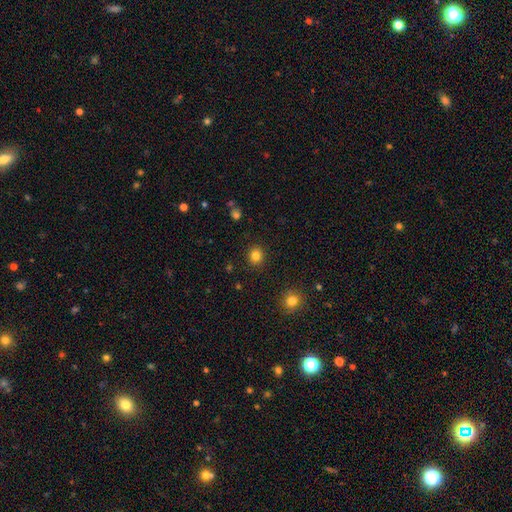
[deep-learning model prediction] Overall: smooth (83%). How rounded: round (87%). Merging: none (91%).